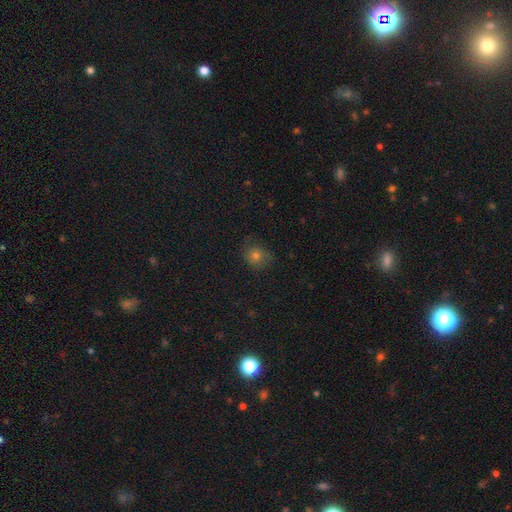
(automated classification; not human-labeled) A smooth galaxy with no disk features (69%) that is round (74%). Merging: none (71%).